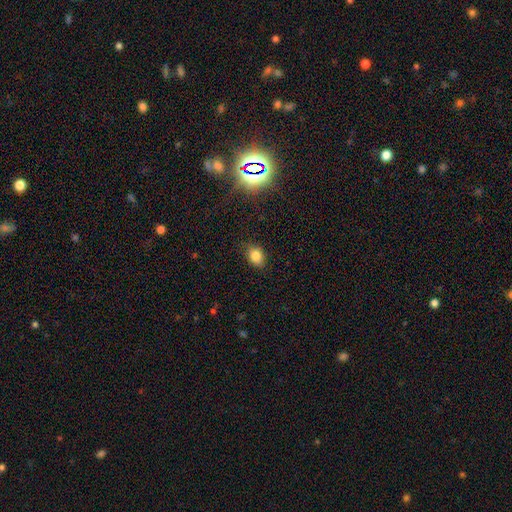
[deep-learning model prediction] Smooth or featured? Predicted: smooth (p=0.81). How rounded? Predicted: in between (p=0.63). Merging? Predicted: none (p=0.81).